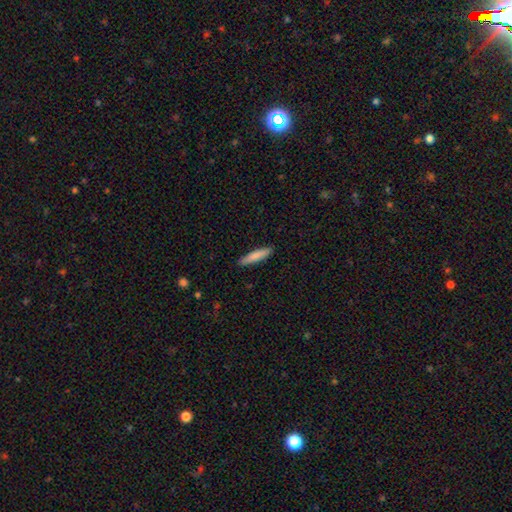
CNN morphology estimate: A smooth galaxy with no disk features (82%) that is cigar-shaped (85%). Merging: none (89%).